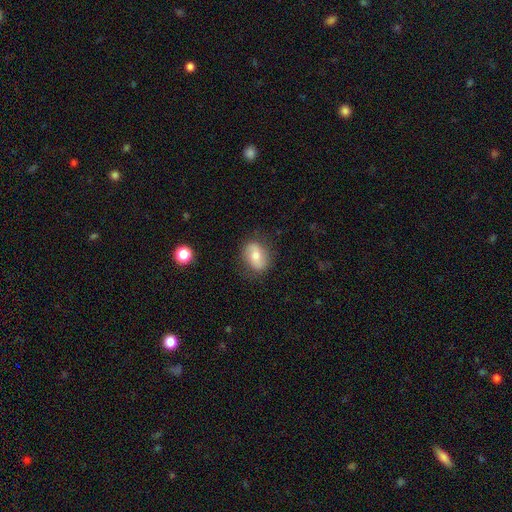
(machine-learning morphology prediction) This is possibly a smooth galaxy (52%). How rounded: likely in between (71%). Merging: clearly none (81%).